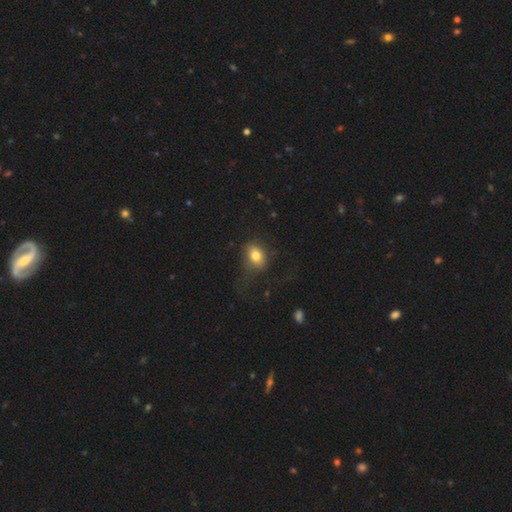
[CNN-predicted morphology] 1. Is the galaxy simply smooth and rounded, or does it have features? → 79% smooth, 11% featured or disk, 11% star or artifact.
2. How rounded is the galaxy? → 63% in between, 35% round, 1% cigar-shaped.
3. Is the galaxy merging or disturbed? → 61% none, 21% minor disturbance, 16% major disturbance, 2% merger.